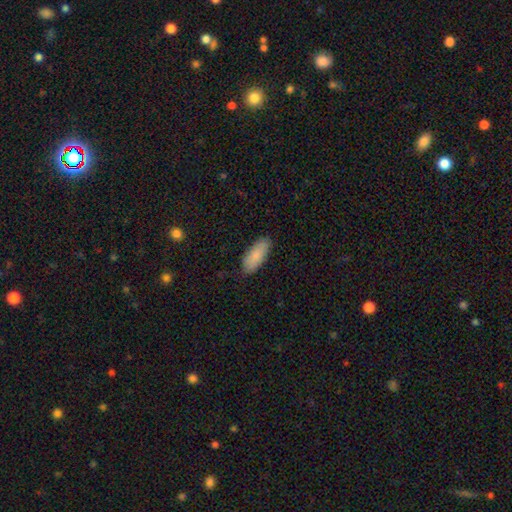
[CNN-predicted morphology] The model was most divided on "how rounded": in between: 82%, cigar-shaped: 16%, round: 2%. More confident: merging — none (85%); smooth or featured — smooth (85%).